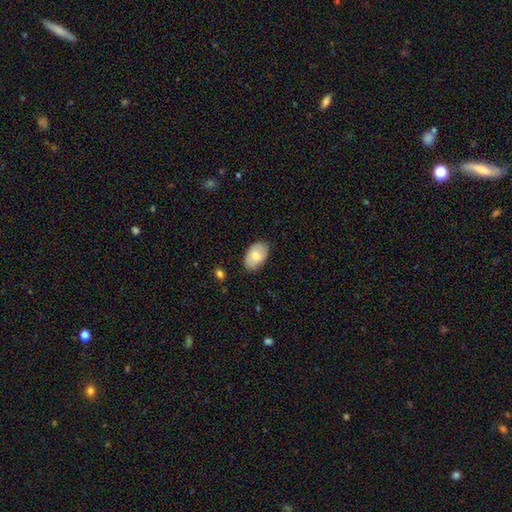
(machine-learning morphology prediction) smooth_or_featured: smooth (p=0.75) [alt: featured or disk p=0.19]
how_rounded: in between (p=0.92) [alt: round p=0.07]
merging: none (p=0.83) [alt: minor disturbance p=0.14]